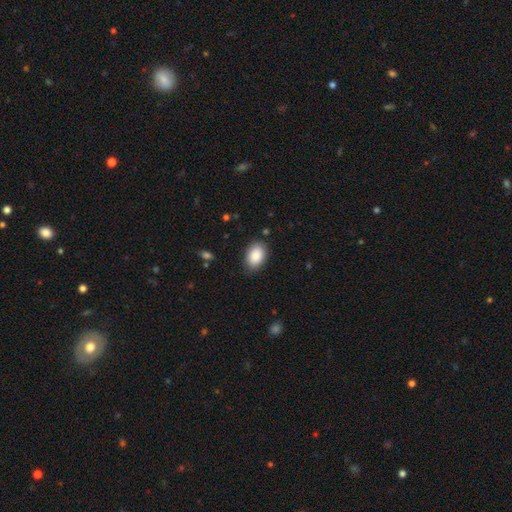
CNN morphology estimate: The model was most divided on "merging": none: 84%, minor disturbance: 12%, major disturbance: 3%, merger: 1%. More confident: smooth or featured — smooth (89%); how rounded — in between (89%).